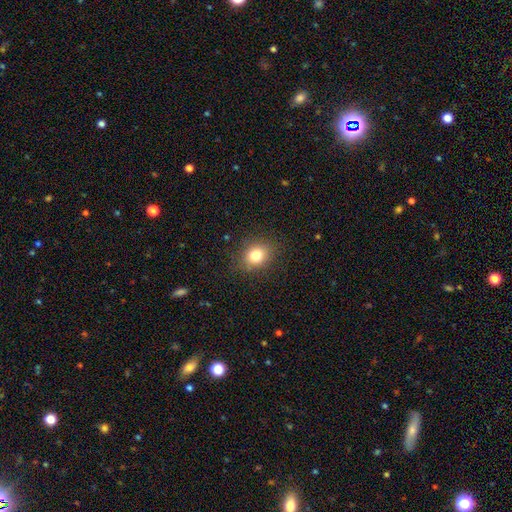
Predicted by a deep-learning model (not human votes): smooth-or-featured: smooth: 80% | star or artifact: 12% | featured or disk: 8%
  how-rounded: round: 54% | in between: 45% | cigar-shaped: 1%
  merging: none: 85% | minor disturbance: 11% | major disturbance: 3% | merger: 1%